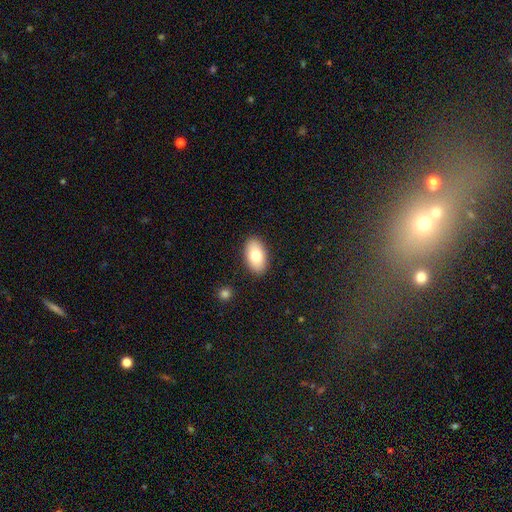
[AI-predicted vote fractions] Smooth or featured?
  - smooth: 78% *
  - featured or disk: 16%
  - star or artifact: 7%
How rounded?
  - in between: 94% *
  - round: 5%
  - cigar-shaped: 2%
Merging?
  - none: 88% *
  - minor disturbance: 8%
  - major disturbance: 2%
  - merger: 1%